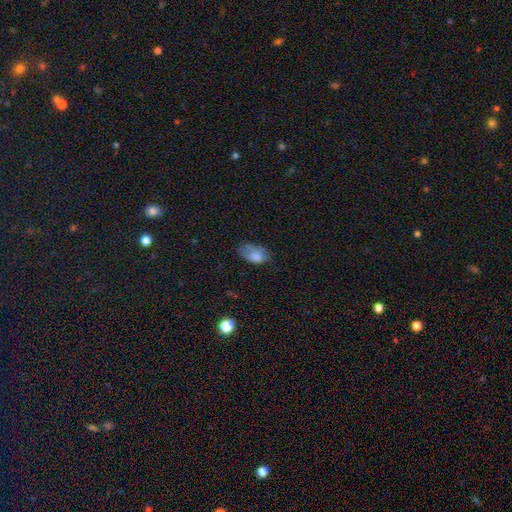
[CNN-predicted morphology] Smooth or featured? smooth (72%)
How rounded? in between (89%)
Merging? none (39%)